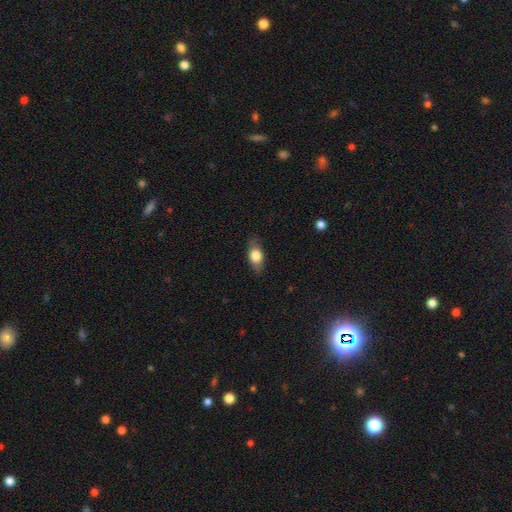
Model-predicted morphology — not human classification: Smooth or featured: smooth — 73% (featured or disk — 19%)
How rounded: in between — 80% (round — 11%)
Merging: none — 81% (minor disturbance — 15%)